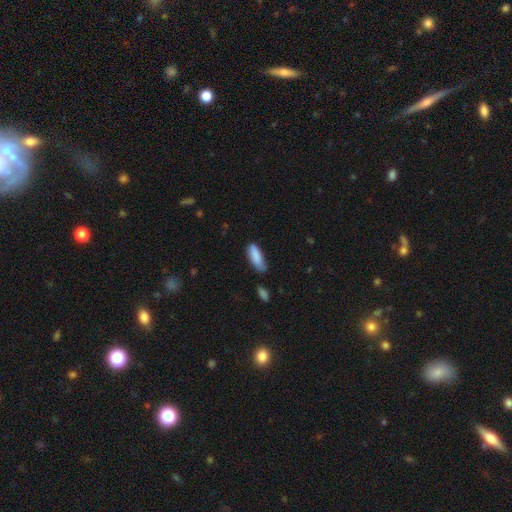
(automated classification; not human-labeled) A smooth galaxy with no disk features (87%) that is in between round and cigar-shaped (69%).

Vote fractions:
- Smooth or featured? smooth: 87% / featured or disk: 7% / star or artifact: 6%
- How rounded? in between: 69% / cigar-shaped: 29% / round: 2%
- Merging? none: 55% / minor disturbance: 34% / major disturbance: 7% / merger: 4%